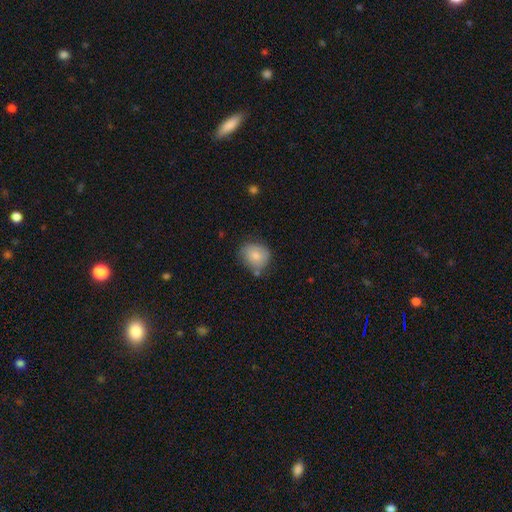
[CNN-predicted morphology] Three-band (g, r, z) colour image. It shows a smooth galaxy with no disk features (78%) that is round (77%). Merging: none (64%).